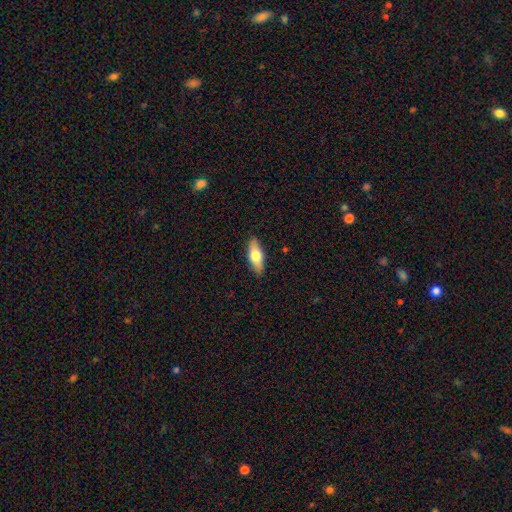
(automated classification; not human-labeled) A smooth galaxy with no disk features (65%) that is in between round and cigar-shaped (69%).

Vote fractions:
- Smooth or featured? smooth: 65% / featured or disk: 30% / star or artifact: 6%
- How rounded? in between: 69% / cigar-shaped: 28% / round: 3%
- Merging? none: 88% / minor disturbance: 10% / major disturbance: 2% / merger: 1%